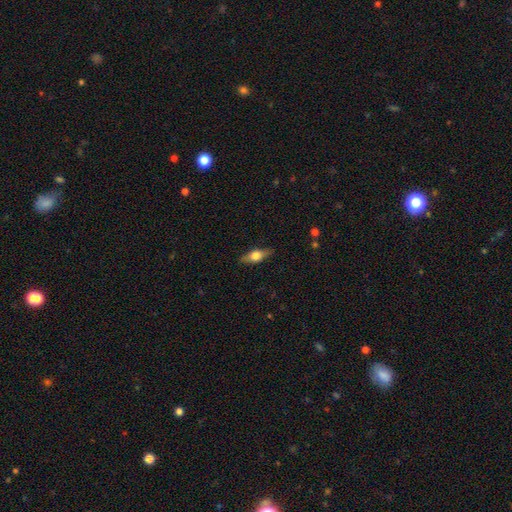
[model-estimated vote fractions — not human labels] smooth-or-featured: featured or disk: 47% | smooth: 46% | star or artifact: 7%
  merging: none: 86% | minor disturbance: 11% | major disturbance: 2% | merger: 1%